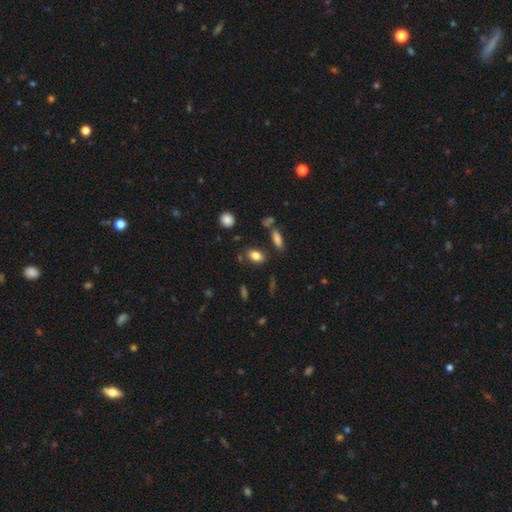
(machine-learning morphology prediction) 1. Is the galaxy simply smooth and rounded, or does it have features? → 81% smooth, 10% star or artifact, 9% featured or disk.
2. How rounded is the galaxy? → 84% in between, 12% round, 4% cigar-shaped.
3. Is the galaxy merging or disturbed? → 79% none, 12% minor disturbance, 5% merger, 4% major disturbance.